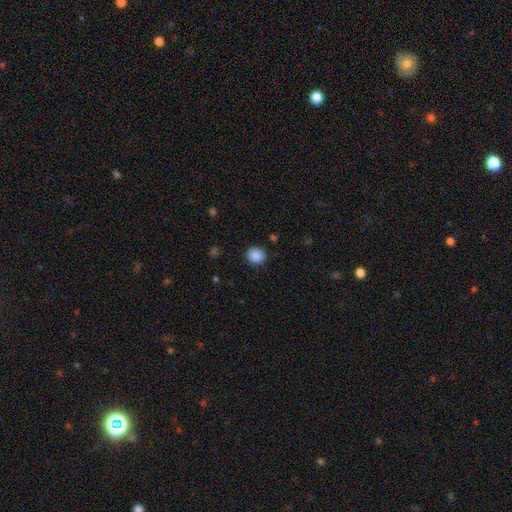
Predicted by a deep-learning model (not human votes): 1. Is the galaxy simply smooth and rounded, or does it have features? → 88% smooth, 9% star or artifact, 3% featured or disk.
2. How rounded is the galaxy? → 83% round, 16% in between, 1% cigar-shaped.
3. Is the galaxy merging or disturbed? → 88% none, 8% minor disturbance, 3% major disturbance, 1% merger.